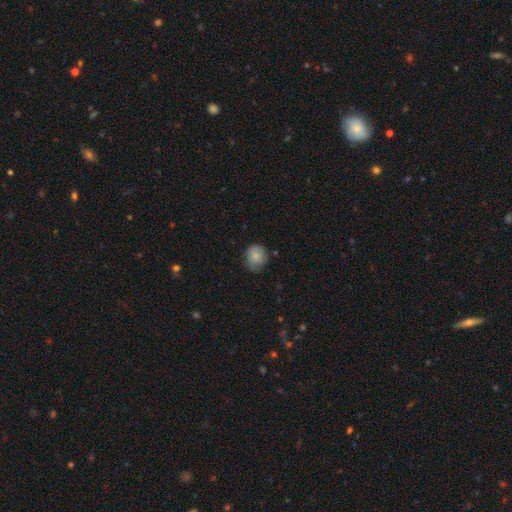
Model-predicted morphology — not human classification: Overall: smooth (79%). How rounded: round (69%; in between 30%). Merging: none (61%; minor disturbance 31%).